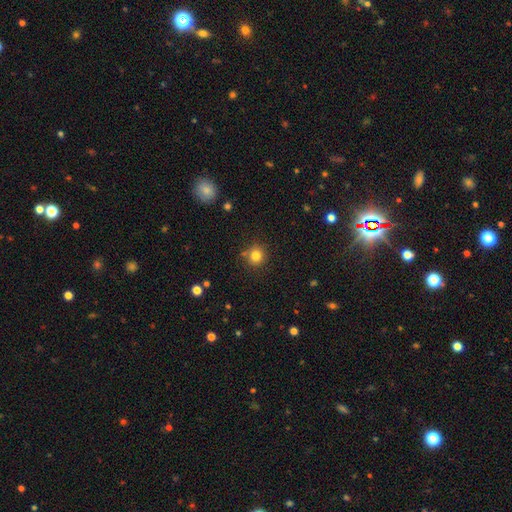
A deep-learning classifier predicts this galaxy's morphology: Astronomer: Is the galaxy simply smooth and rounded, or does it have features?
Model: smooth — 81%.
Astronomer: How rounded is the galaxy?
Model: round — 90%.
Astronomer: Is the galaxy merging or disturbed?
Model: none — 81%.